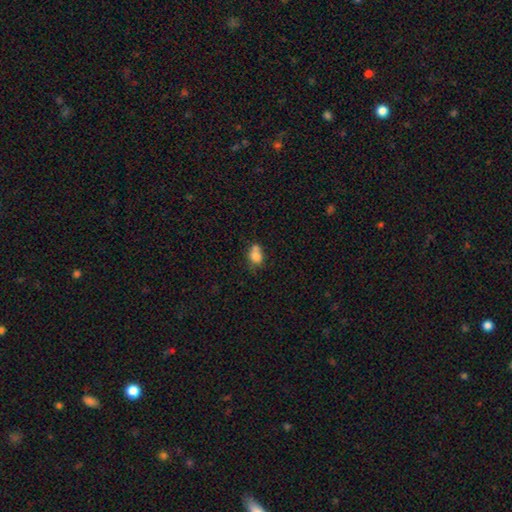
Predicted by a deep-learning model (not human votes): Smooth or featured?
  - smooth: 77% *
  - featured or disk: 12%
  - star or artifact: 11%
How rounded?
  - in between: 63% *
  - round: 35%
  - cigar-shaped: 2%
Merging?
  - merger: 36% *
  - none: 35%
  - minor disturbance: 20%
  - major disturbance: 9%